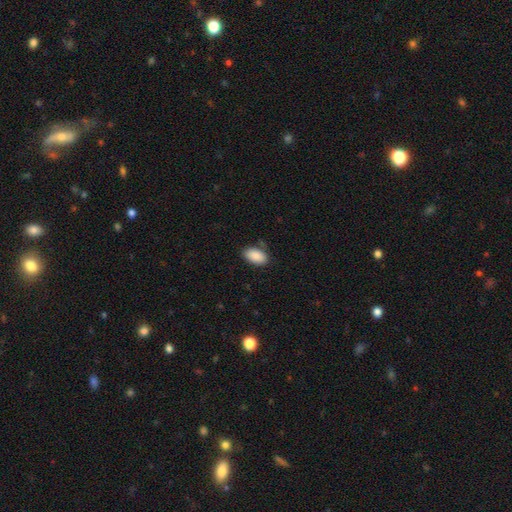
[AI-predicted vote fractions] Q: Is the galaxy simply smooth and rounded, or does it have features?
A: smooth — 89%.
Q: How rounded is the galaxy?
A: in between — 94%.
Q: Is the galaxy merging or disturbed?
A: none — 79%.